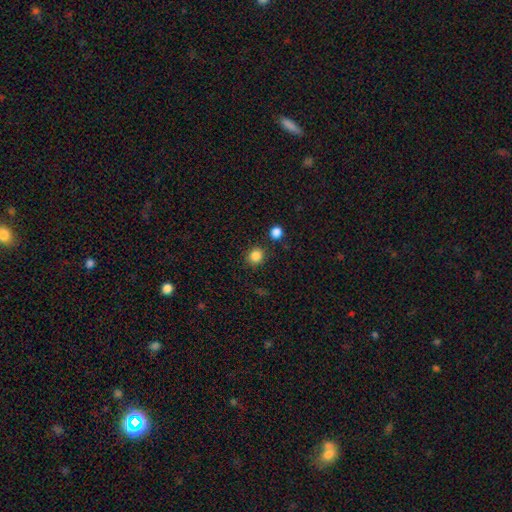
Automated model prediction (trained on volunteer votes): A smooth galaxy with no disk features (85%) that is round (85%).

Vote fractions:
- Smooth or featured? smooth: 85% / star or artifact: 11% / featured or disk: 4%
- How rounded? round: 85% / in between: 14% / cigar-shaped: 1%
- Merging? none: 85% / minor disturbance: 8% / merger: 5% / major disturbance: 3%